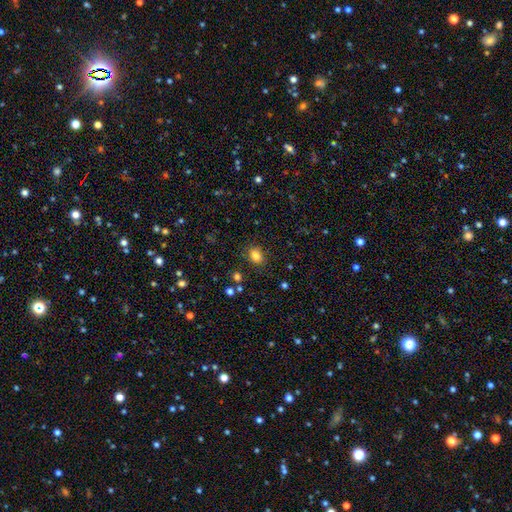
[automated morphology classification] Smooth or featured? smooth (82%)
How rounded? in between (57%)
Merging? none (84%)